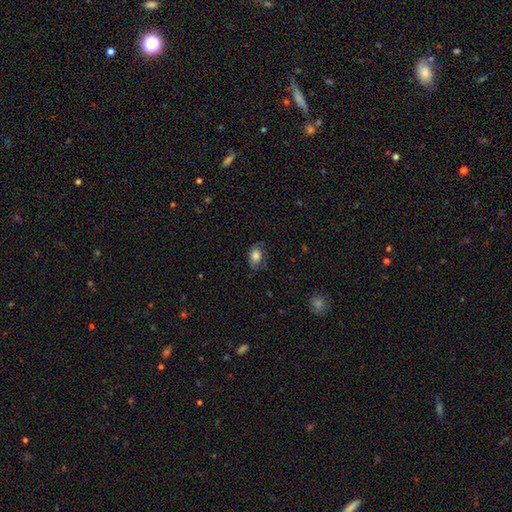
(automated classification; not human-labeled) A smooth galaxy with no disk features (82%) that is in between round and cigar-shaped (72%). Merging: none (69%).